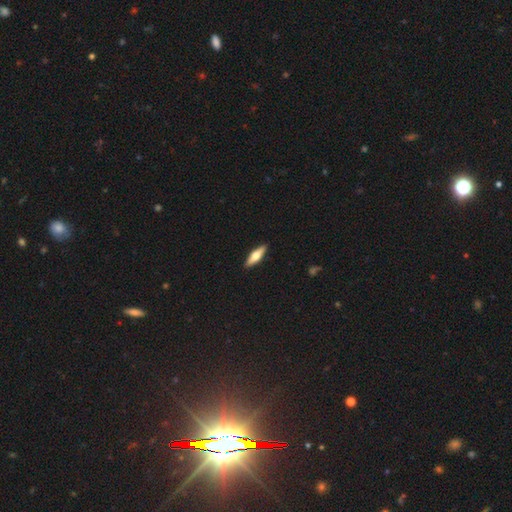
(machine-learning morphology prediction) This is possibly a featured or disk galaxy (48%). Merging: clearly none (91%).